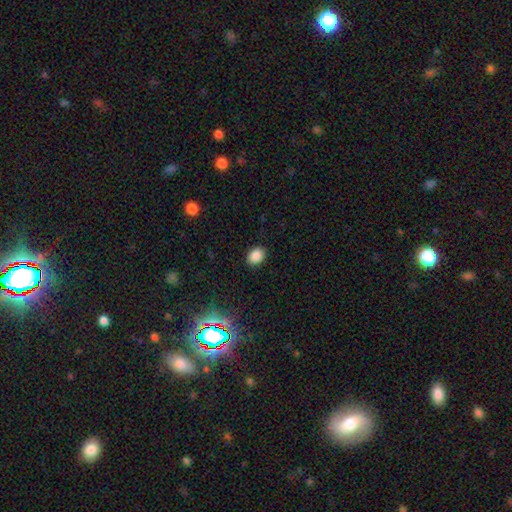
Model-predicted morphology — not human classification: This appears to be a smooth galaxy with no disk features (86%) that is in between round and cigar-shaped (61%). Merging: none (89%).